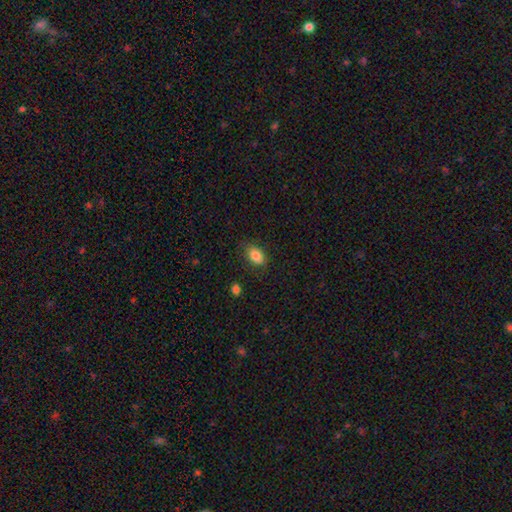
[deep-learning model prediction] Smooth or featured? Predicted: smooth (p=0.86). How rounded? Predicted: in between (p=0.87). Merging? Predicted: none (p=0.82).